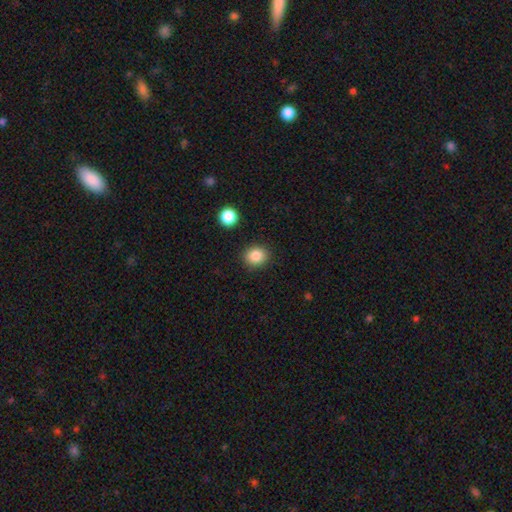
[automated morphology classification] Overall: smooth (86%). How rounded: round (74%). Merging: none (89%).